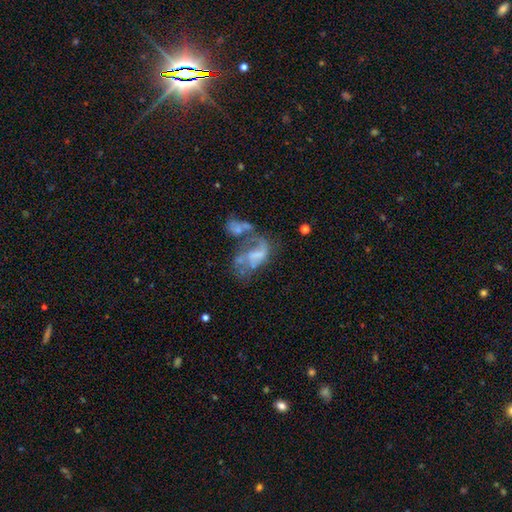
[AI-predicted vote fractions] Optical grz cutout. It shows a featured or disk galaxy (66%) with no bar (57%), spiral arms (51%) and no central bulge (52%). Merging: merger (41%).